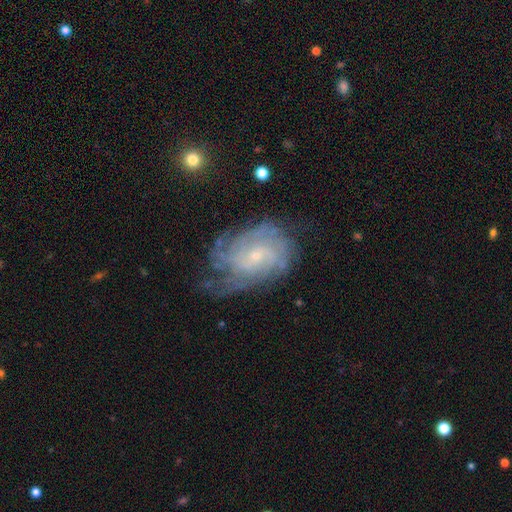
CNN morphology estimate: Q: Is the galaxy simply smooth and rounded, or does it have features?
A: featured or disk — 82%.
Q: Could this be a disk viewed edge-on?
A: no — 97%.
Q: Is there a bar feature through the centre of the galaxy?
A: no — 63%.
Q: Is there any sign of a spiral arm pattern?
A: yes — 94%.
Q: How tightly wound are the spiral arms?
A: tight — 61%.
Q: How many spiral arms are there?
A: can't tell — 42%.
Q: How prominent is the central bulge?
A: small — 76%.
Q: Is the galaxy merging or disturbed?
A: none — 59%.